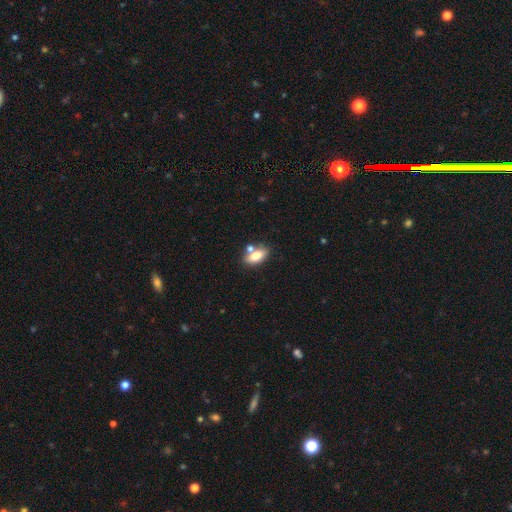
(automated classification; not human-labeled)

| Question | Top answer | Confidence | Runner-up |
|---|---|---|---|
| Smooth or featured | smooth | 78% | featured or disk (14%) |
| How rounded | in between | 85% | cigar-shaped (10%) |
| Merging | none | 59% | merger (24%) |